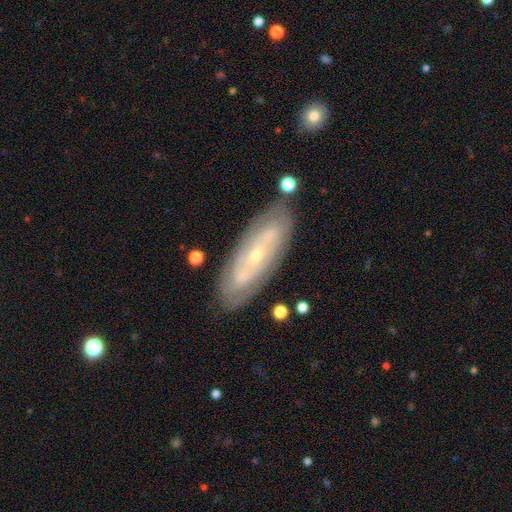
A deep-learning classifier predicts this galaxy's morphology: Overall: featured or disk (75%). Edge-on disk: no (85%). Bar: no (67%). Spiral arms: yes (74%). Bulge size: small (73%). Merging: none (82%).